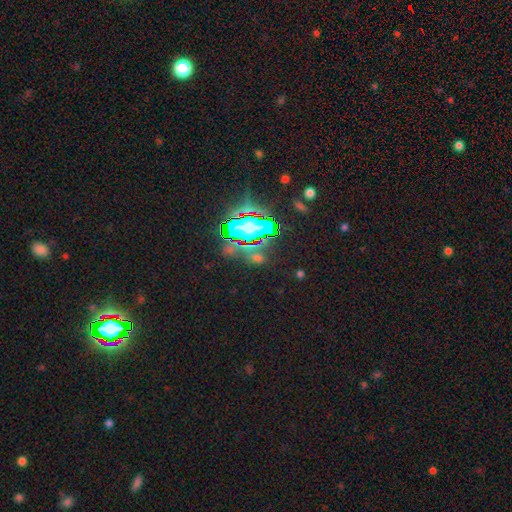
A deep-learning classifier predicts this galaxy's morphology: Smooth or featured? Predicted: star or artifact (p=0.69).